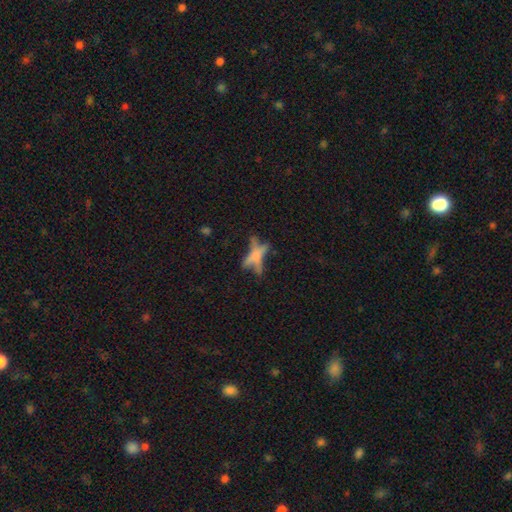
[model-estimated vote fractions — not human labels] Smooth or featured? featured or disk (45%)
Merging? none (45%)